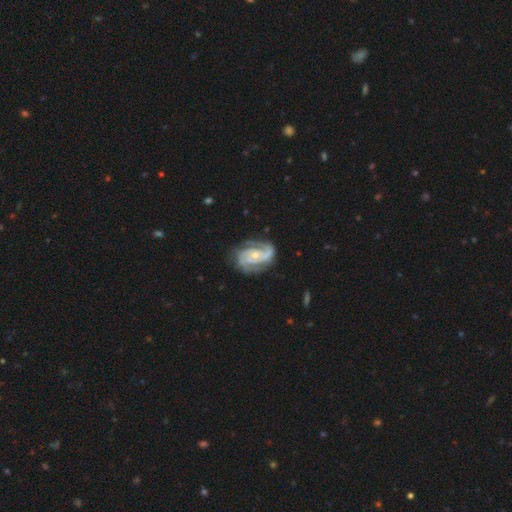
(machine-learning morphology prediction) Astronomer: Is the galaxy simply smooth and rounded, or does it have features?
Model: featured or disk — 90%.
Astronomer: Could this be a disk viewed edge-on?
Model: no — 98%.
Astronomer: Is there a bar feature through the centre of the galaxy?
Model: no — 59%.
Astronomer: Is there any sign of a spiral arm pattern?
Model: yes — 98%.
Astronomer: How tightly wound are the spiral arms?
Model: tight — 46% (runner-up: medium, 44%).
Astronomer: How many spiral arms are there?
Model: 2 — 52%.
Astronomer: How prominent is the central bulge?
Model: small — 57% (runner-up: moderate, 40%).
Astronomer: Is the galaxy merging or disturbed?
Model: none — 71%.